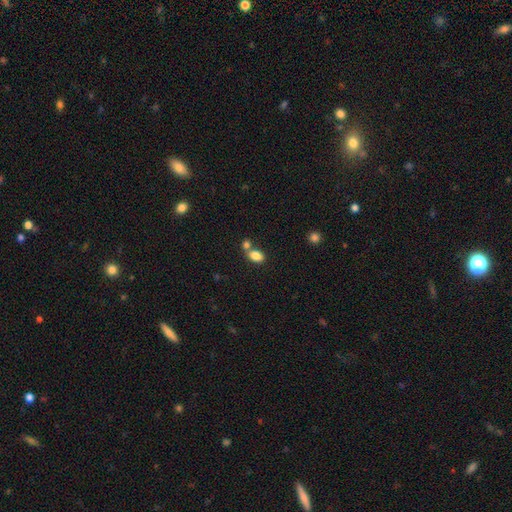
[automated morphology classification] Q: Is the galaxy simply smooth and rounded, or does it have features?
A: smooth — 84%.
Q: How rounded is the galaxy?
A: in between — 85%.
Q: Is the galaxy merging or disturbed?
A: none — 48%.